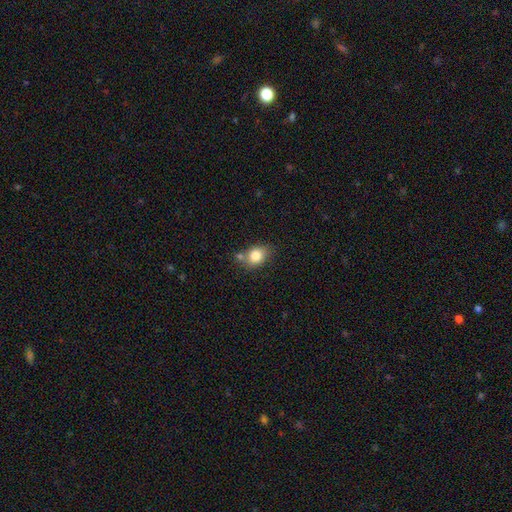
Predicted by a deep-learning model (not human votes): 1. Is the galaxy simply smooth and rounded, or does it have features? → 81% smooth, 9% star or artifact, 9% featured or disk.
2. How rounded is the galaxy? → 54% in between, 45% round, 1% cigar-shaped.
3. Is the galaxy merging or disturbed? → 60% none, 18% minor disturbance, 18% merger, 5% major disturbance.